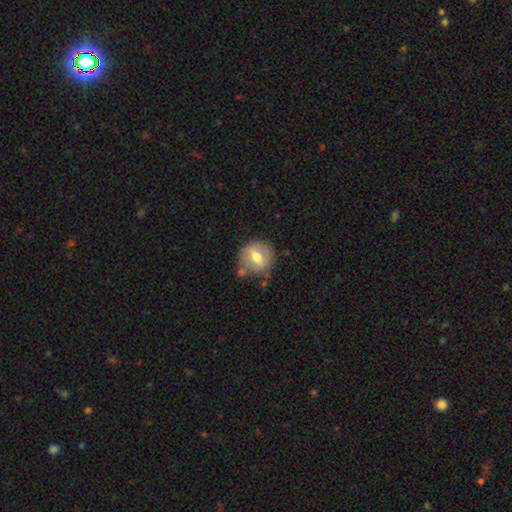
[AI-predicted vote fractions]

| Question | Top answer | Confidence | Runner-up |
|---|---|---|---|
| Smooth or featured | smooth | 56% | featured or disk (36%) |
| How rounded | round | 82% | in between (16%) |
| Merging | none | 68% | minor disturbance (19%) |